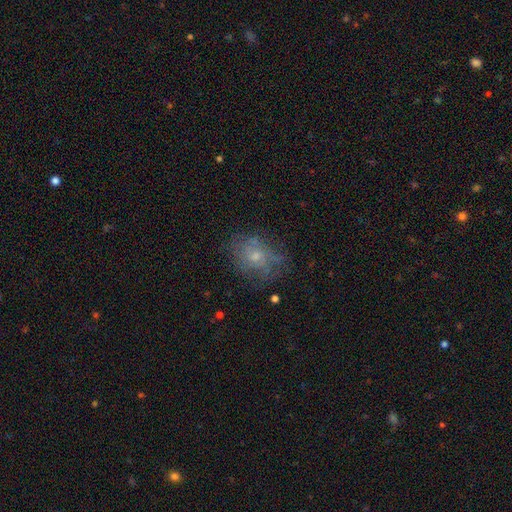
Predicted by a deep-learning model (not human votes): This appears to be a smooth galaxy with no disk features (46%). Merging: none (60%).